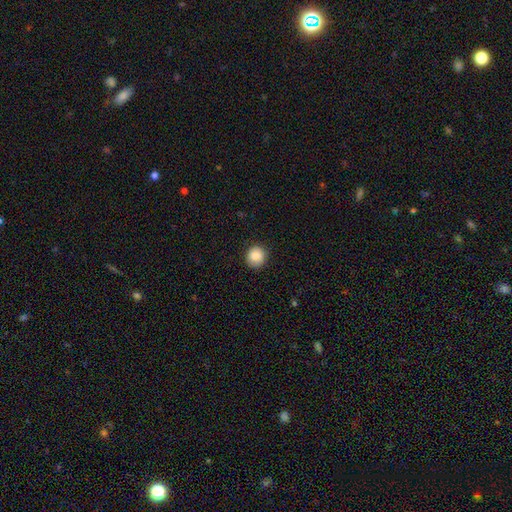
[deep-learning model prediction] A smooth galaxy with no disk features (87%) that is round (87%).

Vote fractions:
- Smooth or featured? smooth: 87% / star or artifact: 8% / featured or disk: 5%
- How rounded? round: 87% / in between: 12% / cigar-shaped: 1%
- Merging? none: 89% / minor disturbance: 8% / major disturbance: 2% / merger: 1%